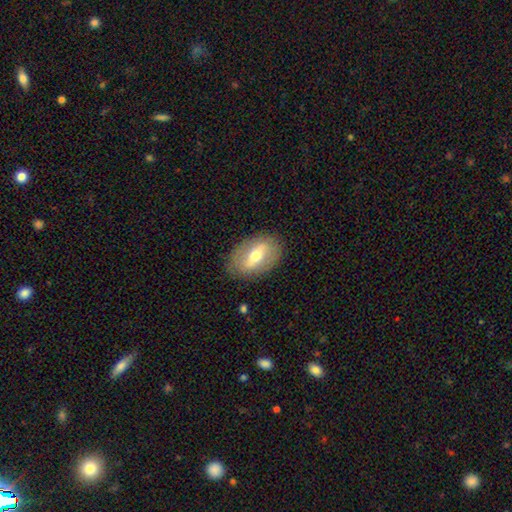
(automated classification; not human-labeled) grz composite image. It shows a featured or disk galaxy (50%). Merging: none (83%).